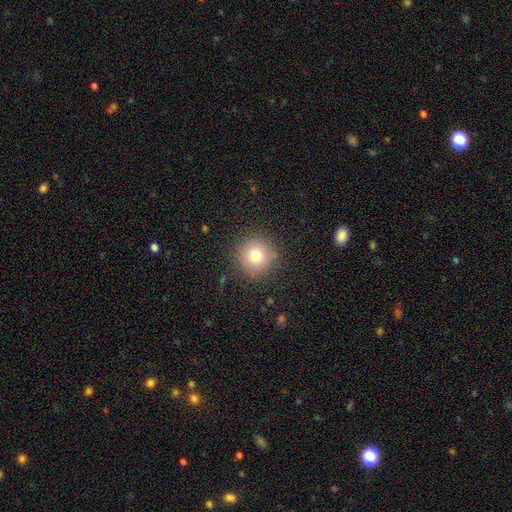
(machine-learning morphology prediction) Smooth or featured? Predicted: smooth (p=0.77). How rounded? Predicted: round (p=0.94). Merging? Predicted: none (p=0.88).